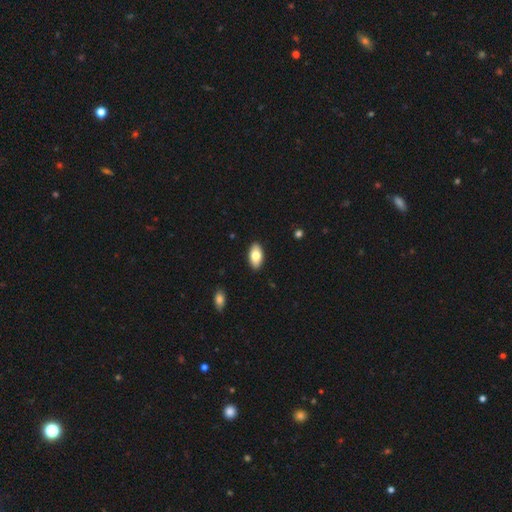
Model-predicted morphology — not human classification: A smooth galaxy with no disk features (78%) that is in between round and cigar-shaped (93%).

Vote fractions:
- Smooth or featured? smooth: 78% / featured or disk: 16% / star or artifact: 6%
- How rounded? in between: 93% / cigar-shaped: 4% / round: 3%
- Merging? none: 90% / minor disturbance: 7% / major disturbance: 2% / merger: 1%